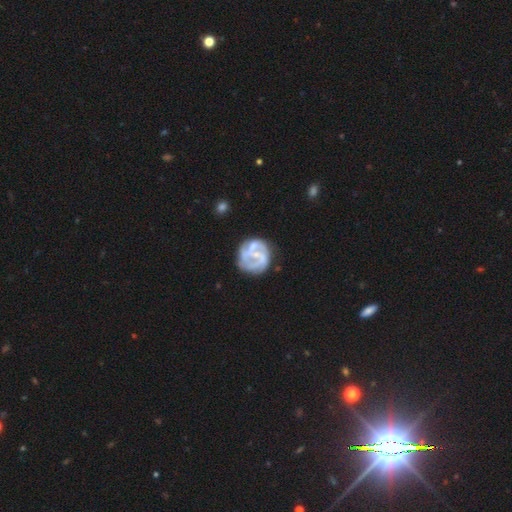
Volunteers were most divided on "spiral winding": medium: 55%, tight: 41%, loose: 5%. Remaining: edge-on disk — no (100%); spiral arms — yes (76%); smooth or featured — featured or disk (74%); bulge size — small (72%); merging — none (69%); bar — weak (62%); spiral arm count — 2 (45%).